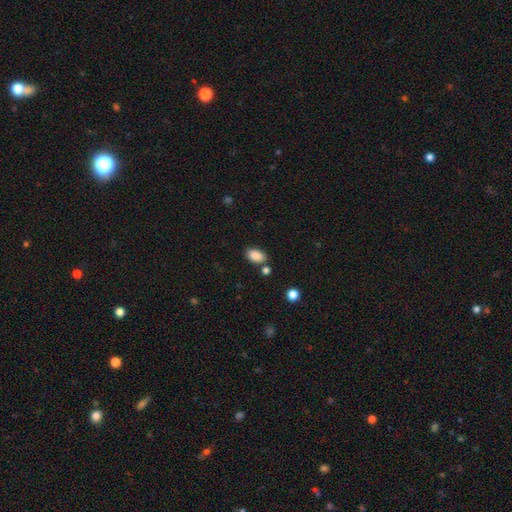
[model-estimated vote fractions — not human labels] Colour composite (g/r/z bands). It shows a smooth galaxy with no disk features (88%) that is in between round and cigar-shaped (91%). Merging: none (77%).